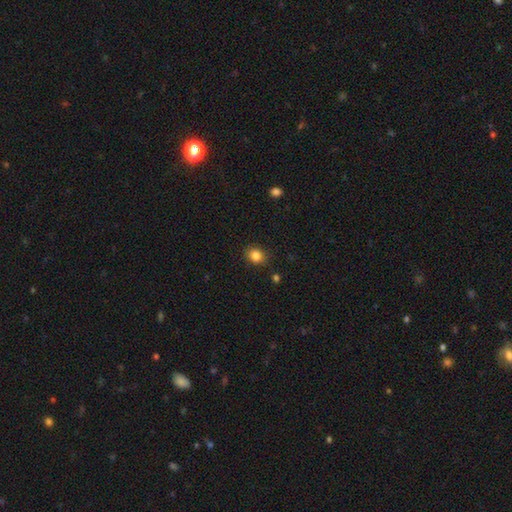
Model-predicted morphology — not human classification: This appears to be a smooth galaxy with no disk features (85%) that is round (65%). Merging: none (87%).